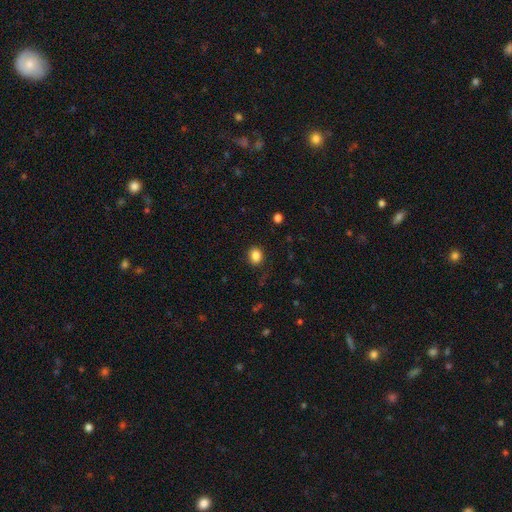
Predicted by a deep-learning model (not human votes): This is clearly a smooth galaxy (86%). How rounded: likely round (62%). Merging: clearly none (85%).